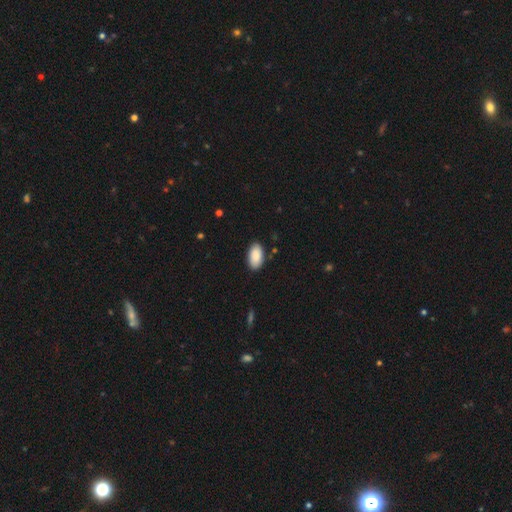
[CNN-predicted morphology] Smooth or featured?
  - smooth: 90% *
  - star or artifact: 6%
  - featured or disk: 4%
How rounded?
  - in between: 95% *
  - round: 3%
  - cigar-shaped: 2%
Merging?
  - none: 87% *
  - minor disturbance: 10%
  - major disturbance: 2%
  - merger: 1%